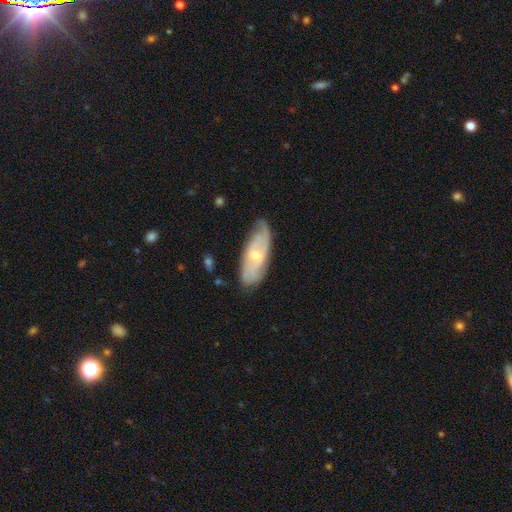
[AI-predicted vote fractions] Smooth or featured: featured or disk — 67% (smooth — 27%)
Edge-on disk: no — 86% (yes — 14%)
Bar: no — 55% (weak — 38%)
Spiral arms: yes — 84% (no — 16%)
Bulge size: moderate — 51% (small — 45%)
Merging: none — 66% (minor disturbance — 26%)